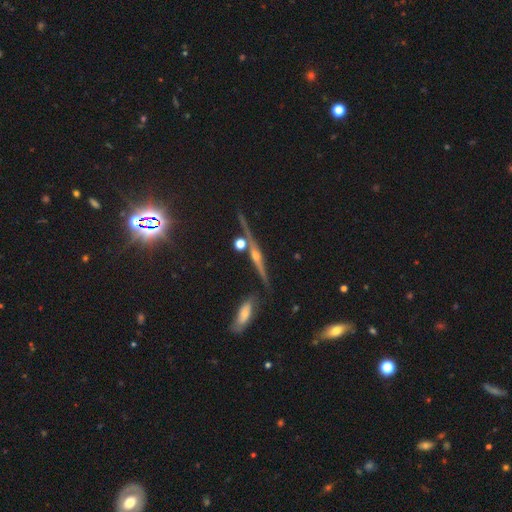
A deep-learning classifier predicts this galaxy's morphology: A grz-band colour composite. It shows a featured or disk galaxy (69%) viewed edge-on (94%) with a rounded central bulge (86%). Merging: none (76%).